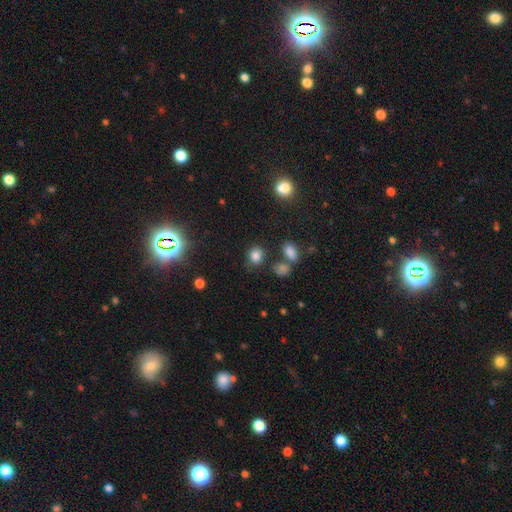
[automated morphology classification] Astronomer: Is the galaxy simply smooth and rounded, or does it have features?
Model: smooth — 80%.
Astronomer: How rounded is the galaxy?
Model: round — 61% (runner-up: in between, 38%).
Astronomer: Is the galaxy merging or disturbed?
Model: none — 74%.